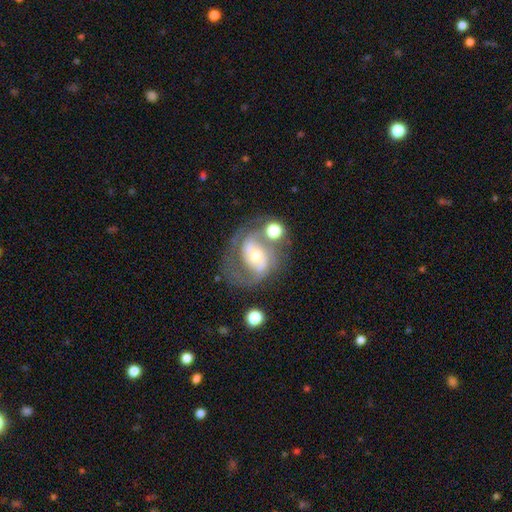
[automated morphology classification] Smooth or featured: featured or disk — 82% (smooth — 10%)
Edge-on disk: no — 97% (yes — 3%)
Bar: no — 43% (weak — 37%)
Spiral arms: yes — 93% (no — 7%)
Spiral winding: medium — 51% (tight — 29%)
Spiral arm count: 2 — 72% (can't tell — 11%)
Bulge size: moderate — 47% (small — 45%)
Merging: none — 48% (merger — 18%)